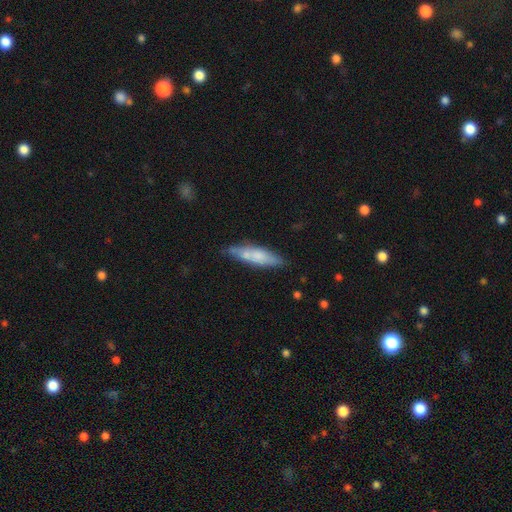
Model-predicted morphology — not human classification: This is likely a smooth galaxy (62%). How rounded: likely cigar-shaped (69%). Merging: likely none (69%).